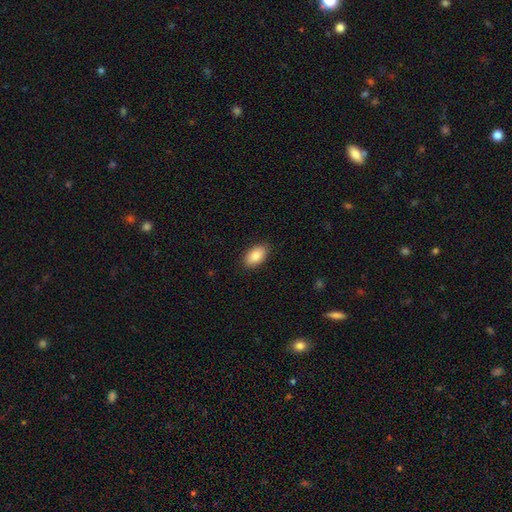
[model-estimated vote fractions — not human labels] Smooth or featured: smooth — 86% (featured or disk — 7%)
How rounded: in between — 93% (round — 5%)
Merging: none — 88% (minor disturbance — 9%)